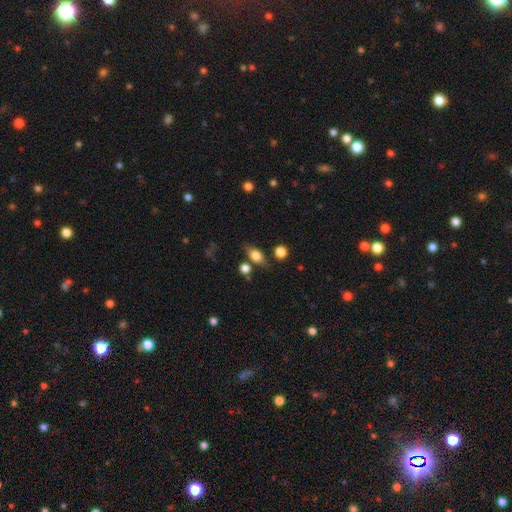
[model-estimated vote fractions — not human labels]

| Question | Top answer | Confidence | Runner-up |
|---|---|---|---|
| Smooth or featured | smooth | 78% | featured or disk (12%) |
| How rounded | in between | 76% | round (19%) |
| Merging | none | 73% | minor disturbance (15%) |